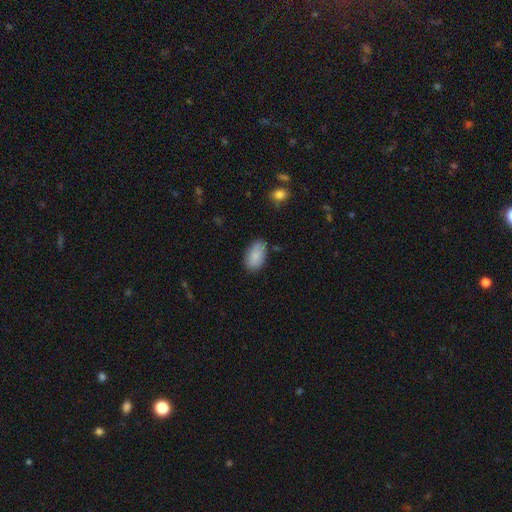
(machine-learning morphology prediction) Smooth or featured?
  - smooth: 88% *
  - star or artifact: 7%
  - featured or disk: 6%
How rounded?
  - in between: 94% *
  - round: 4%
  - cigar-shaped: 2%
Merging?
  - none: 80% *
  - minor disturbance: 15%
  - major disturbance: 3%
  - merger: 2%